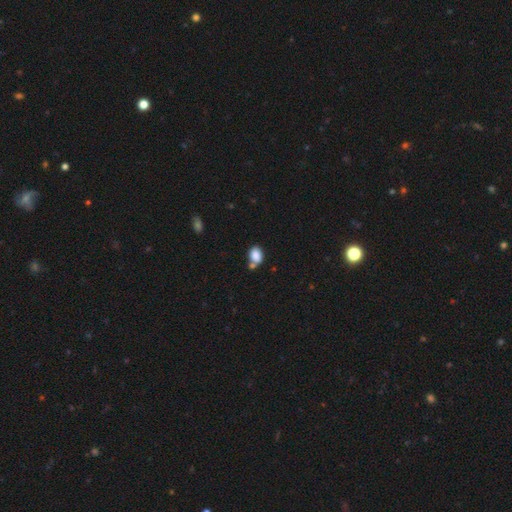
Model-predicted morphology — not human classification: This is clearly a smooth galaxy (86%). How rounded: likely in between (73%). Merging: possibly none (53%).